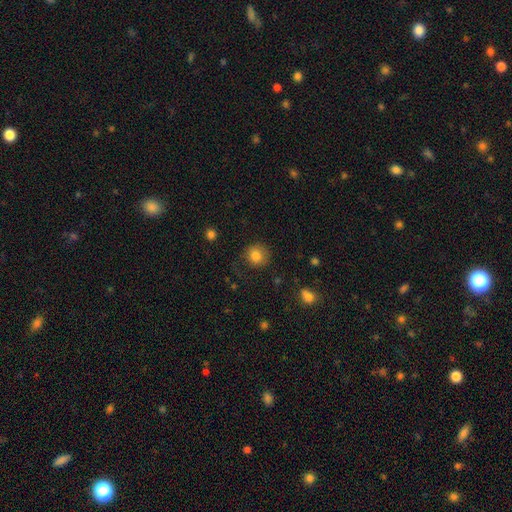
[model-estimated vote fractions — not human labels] Smooth or featured: smooth — 81% (star or artifact — 10%)
How rounded: round — 87% (in between — 12%)
Merging: none — 75% (minor disturbance — 16%)